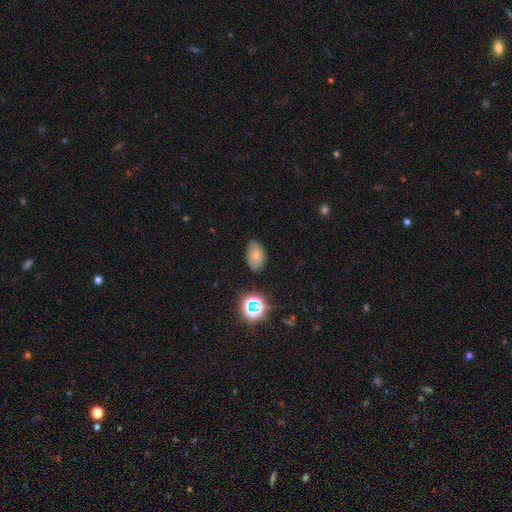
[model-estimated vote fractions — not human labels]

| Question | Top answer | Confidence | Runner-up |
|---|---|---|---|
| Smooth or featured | smooth | 70% | star or artifact (15%) |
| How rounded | in between | 87% | round (12%) |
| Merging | none | 76% | minor disturbance (19%) |